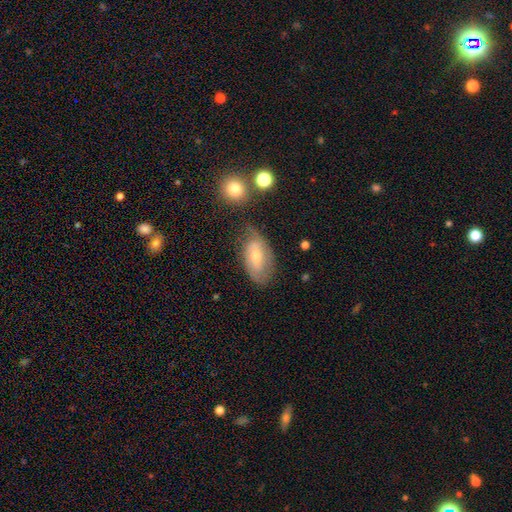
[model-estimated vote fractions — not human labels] smooth-or-featured: featured or disk: 54% | smooth: 38% | star or artifact: 8%
  disk-edge-on: no: 91% | yes: 9%
  merging: none: 60% | minor disturbance: 27% | major disturbance: 9% | merger: 4%